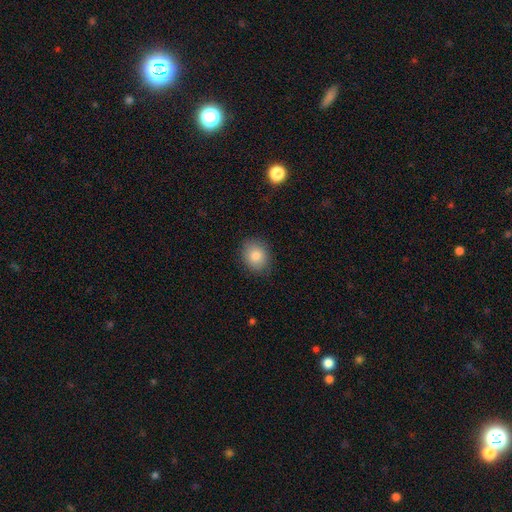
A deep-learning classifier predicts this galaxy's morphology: Smooth or featured? Predicted: smooth (p=0.81). How rounded? Predicted: round (p=0.58). Merging? Predicted: none (p=0.87).